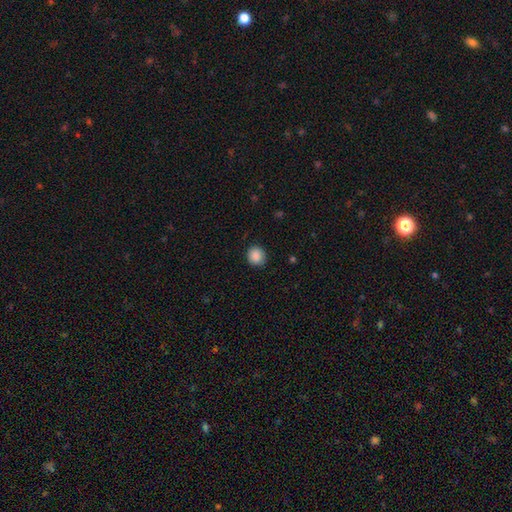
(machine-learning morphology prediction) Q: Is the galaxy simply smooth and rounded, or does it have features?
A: smooth — 88%.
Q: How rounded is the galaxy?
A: round — 87%.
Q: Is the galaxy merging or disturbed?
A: none — 86%.